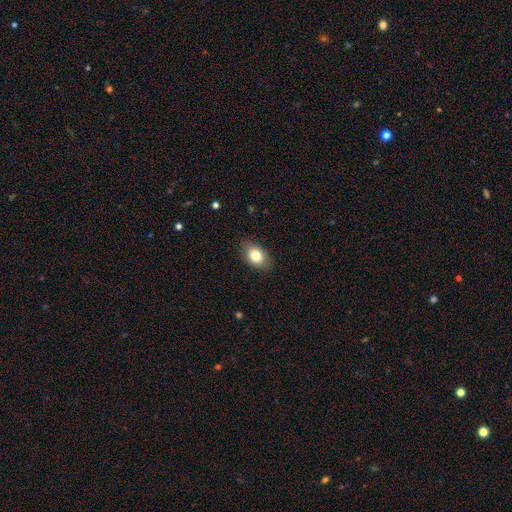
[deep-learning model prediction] A smooth galaxy with no disk features (81%) that is in between round and cigar-shaped (83%). Merging: none (86%).